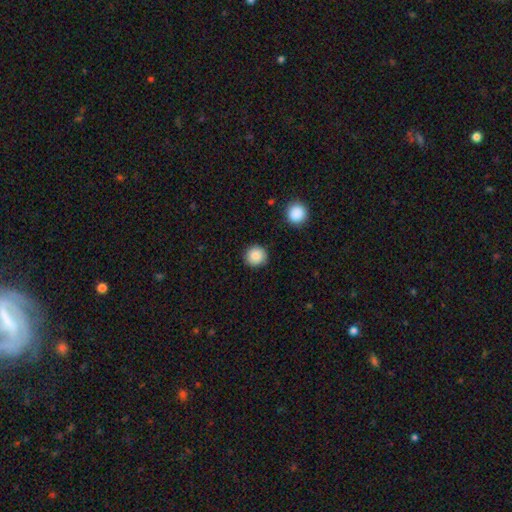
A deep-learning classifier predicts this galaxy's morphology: This is clearly a smooth galaxy (87%). How rounded: clearly round (94%). Merging: clearly none (90%).